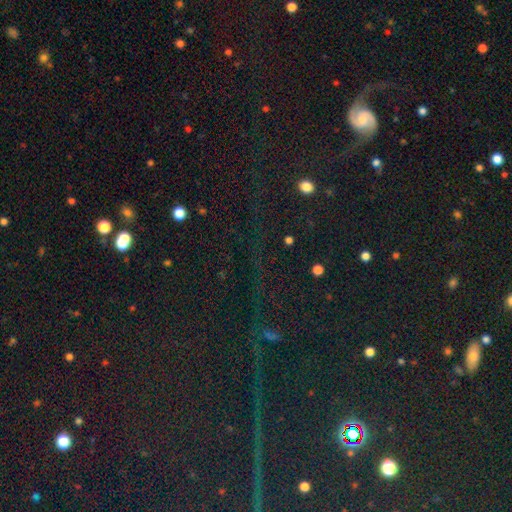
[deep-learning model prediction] A star or artifact, not a galaxy (71%).